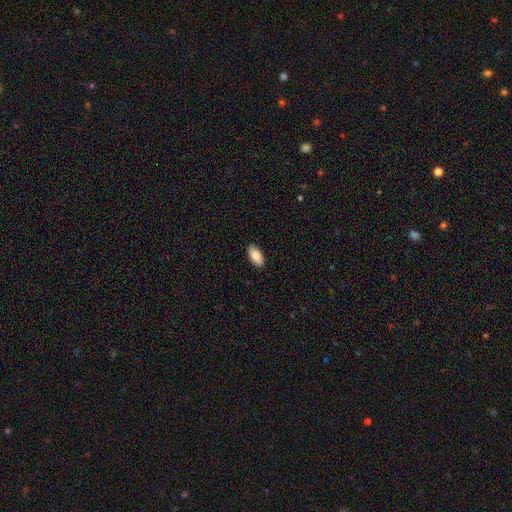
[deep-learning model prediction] smooth-or-featured: smooth: 88% | featured or disk: 6% | star or artifact: 6%
  how-rounded: in between: 93% | cigar-shaped: 5% | round: 2%
  merging: none: 89% | minor disturbance: 9% | major disturbance: 2% | merger: 1%